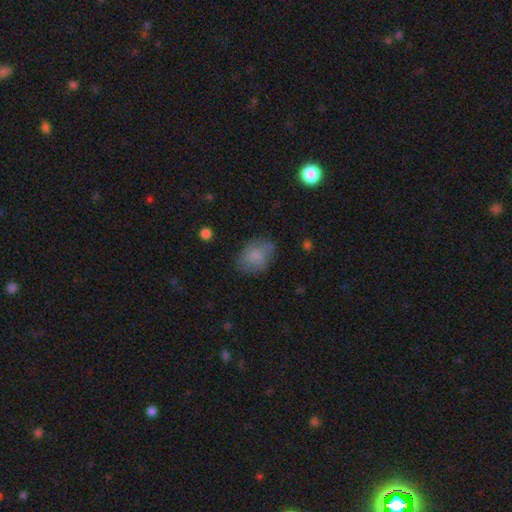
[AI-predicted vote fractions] Smooth or featured? smooth (80%)
How rounded? in between (74%)
Merging? none (70%)